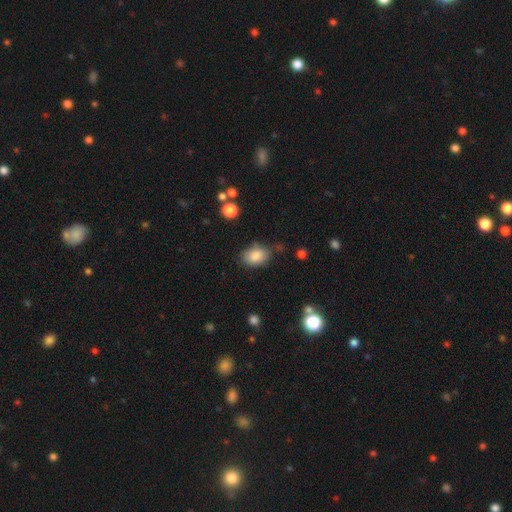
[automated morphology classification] Smooth or featured? smooth (85%)
How rounded? in between (81%)
Merging? none (68%)